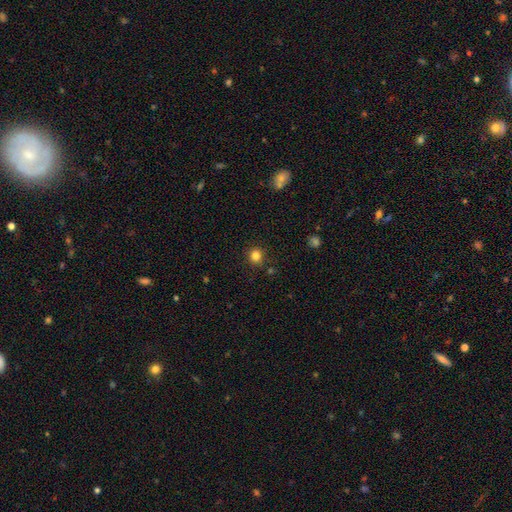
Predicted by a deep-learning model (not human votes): A smooth galaxy with no disk features (82%) that is round (88%). Merging: none (88%).